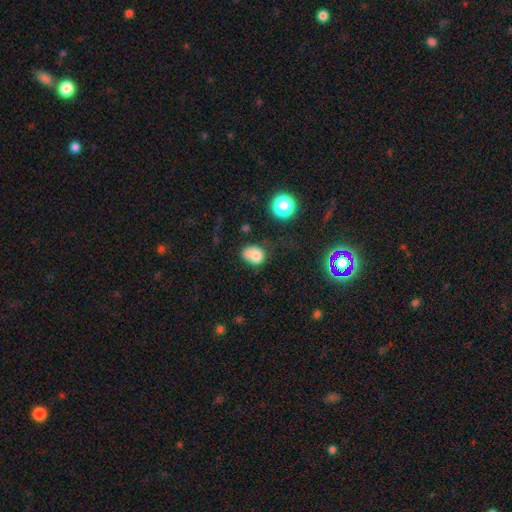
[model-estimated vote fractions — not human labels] smooth-or-featured: smooth: 72% | featured or disk: 15% | star or artifact: 13%
  how-rounded: round: 55% | in between: 44% | cigar-shaped: 1%
  merging: none: 38% | minor disturbance: 25% | merger: 23% | major disturbance: 14%